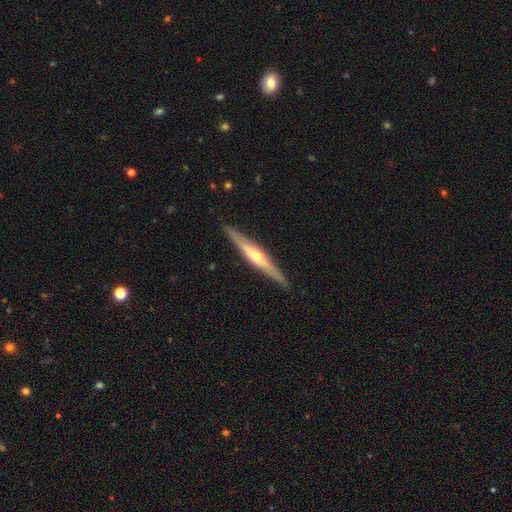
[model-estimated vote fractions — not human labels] Q: Smooth or featured?
A: featured or disk (74%); runner-up: smooth (21%)
Q: Edge-on disk?
A: yes (97%); runner-up: no (3%)
Q: Edge-on bulge?
A: rounded (88%); runner-up: none (8%)
Q: Merging?
A: none (91%); runner-up: minor disturbance (7%)